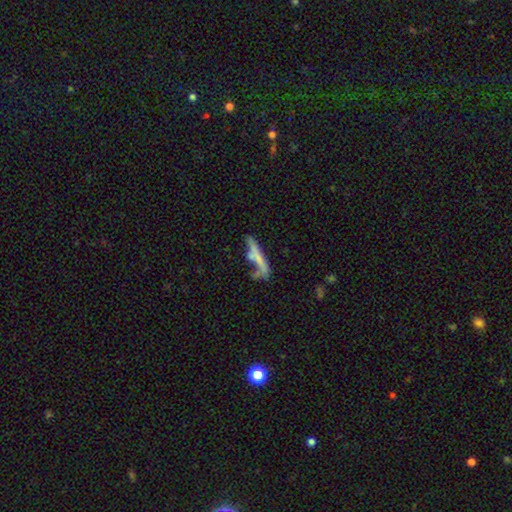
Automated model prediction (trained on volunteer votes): A smooth galaxy with no disk features (48%).

Vote fractions:
- Smooth or featured? smooth: 48% / featured or disk: 41% / star or artifact: 10%
- Merging? none: 48% / merger: 20% / minor disturbance: 19% / major disturbance: 13%